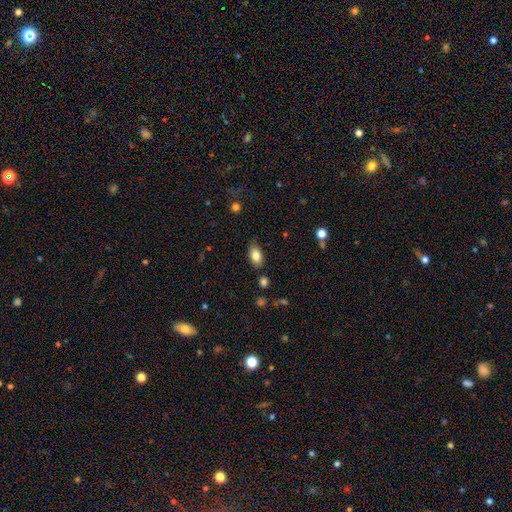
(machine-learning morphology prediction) smooth-or-featured: smooth: 82% | featured or disk: 9% | star or artifact: 9%
  how-rounded: in between: 89% | round: 8% | cigar-shaped: 2%
  merging: none: 78% | minor disturbance: 17% | major disturbance: 3% | merger: 3%